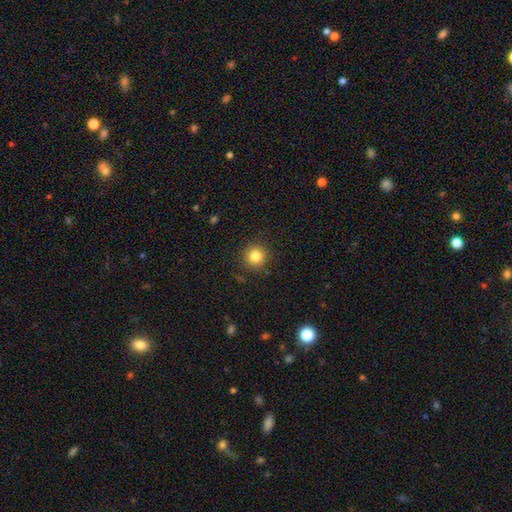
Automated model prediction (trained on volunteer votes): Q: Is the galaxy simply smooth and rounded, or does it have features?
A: smooth — 83%.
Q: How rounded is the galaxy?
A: round — 95%.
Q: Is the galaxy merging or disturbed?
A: none — 90%.